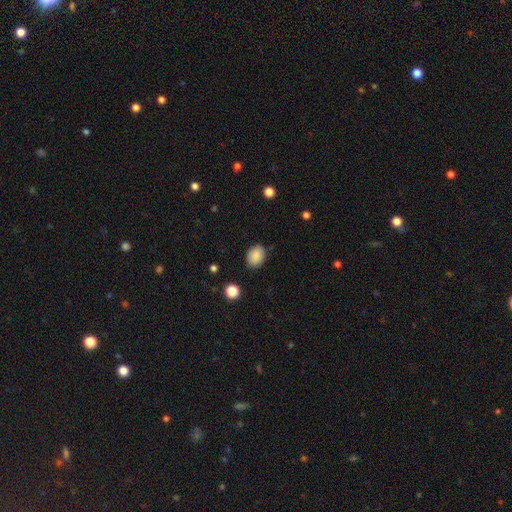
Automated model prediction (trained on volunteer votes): The model was most divided on "how rounded": in between: 65%, round: 34%, cigar-shaped: 1%. More confident: smooth or featured — smooth (88%); merging — none (85%).